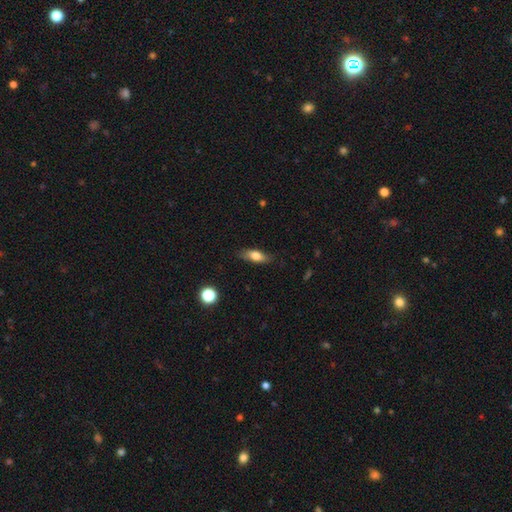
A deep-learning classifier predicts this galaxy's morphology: Smooth or featured? Predicted: smooth (p=0.72). How rounded? Predicted: in between (p=0.68). Merging? Predicted: none (p=0.79).